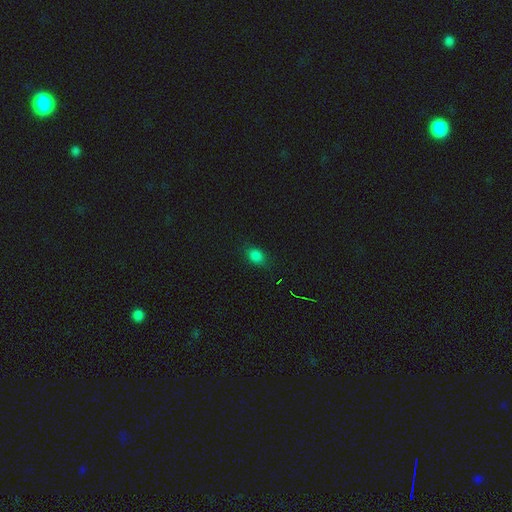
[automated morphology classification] Smooth or featured?
  - smooth: 80% *
  - star or artifact: 16%
  - featured or disk: 5%
How rounded?
  - in between: 67% *
  - round: 31%
  - cigar-shaped: 2%
Merging?
  - none: 80% *
  - minor disturbance: 15%
  - major disturbance: 3%
  - merger: 1%